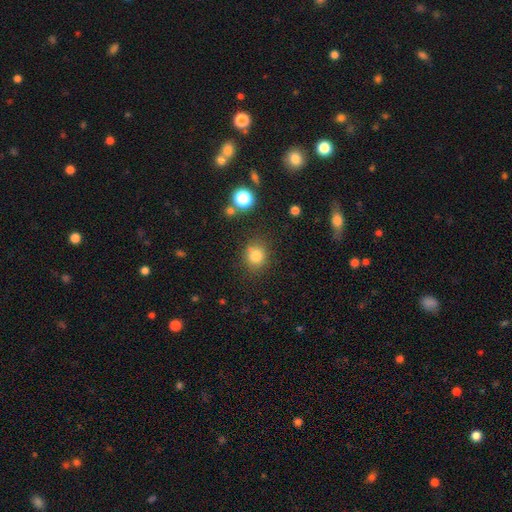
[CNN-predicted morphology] This appears to be a smooth galaxy with no disk features (81%) that is round (75%). Merging: none (82%).